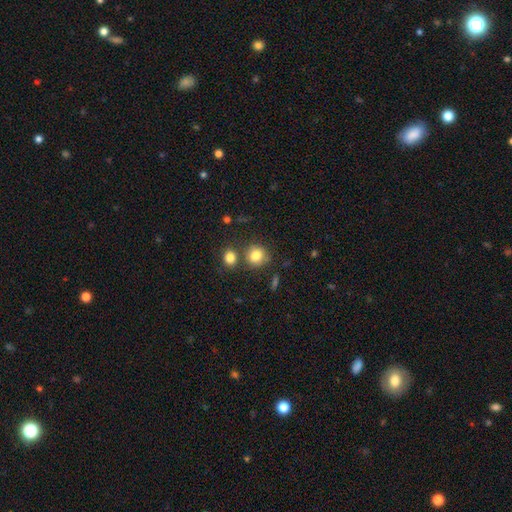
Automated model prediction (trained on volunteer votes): Morphology: type=smooth (82%); roundness=round (86%); merging=none (71%).